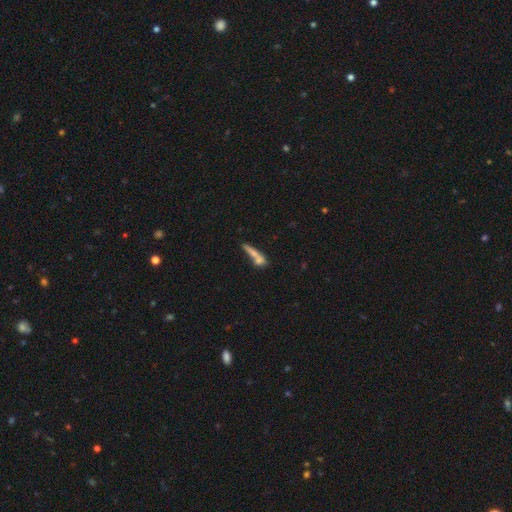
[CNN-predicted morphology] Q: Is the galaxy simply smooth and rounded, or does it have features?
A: smooth — 62%.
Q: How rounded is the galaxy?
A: cigar-shaped — 80%.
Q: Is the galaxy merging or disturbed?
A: none — 40%.